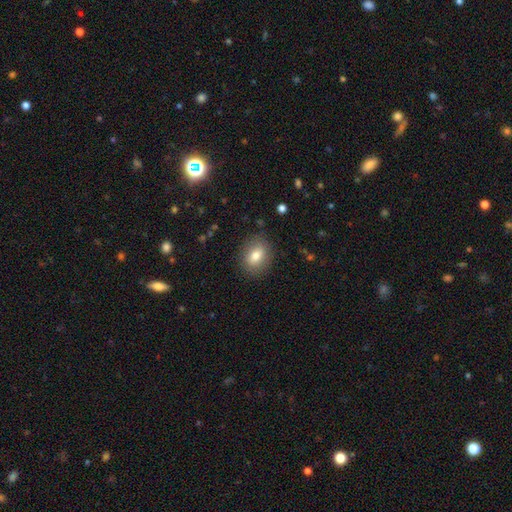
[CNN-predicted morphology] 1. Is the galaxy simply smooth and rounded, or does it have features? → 79% smooth, 12% featured or disk, 9% star or artifact.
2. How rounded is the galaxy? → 56% in between, 43% round, 1% cigar-shaped.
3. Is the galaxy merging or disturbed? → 85% none, 10% minor disturbance, 3% major disturbance, 1% merger.